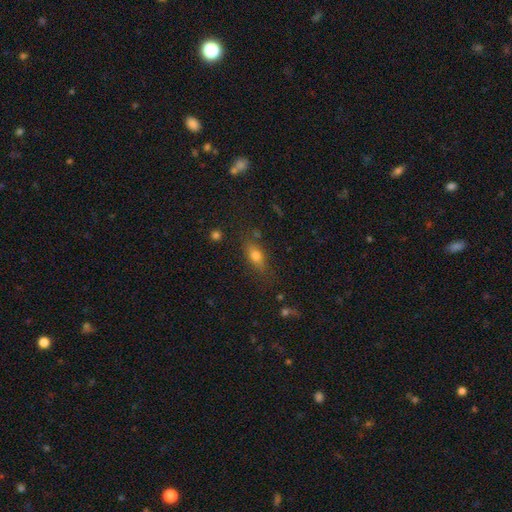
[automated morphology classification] Smooth or featured? Predicted: smooth (p=0.67). How rounded? Predicted: in between (p=0.68). Merging? Predicted: none (p=0.74).